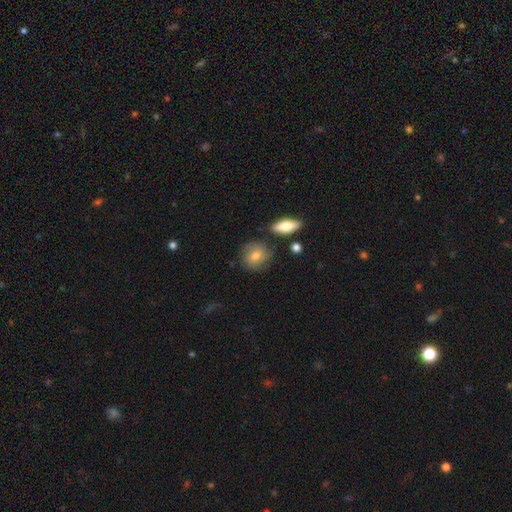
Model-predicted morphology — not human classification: smooth_or_featured: smooth (p=0.70) [alt: featured or disk p=0.22]
how_rounded: round (p=0.75) [alt: in between p=0.23]
merging: none (p=0.73) [alt: minor disturbance p=0.18]